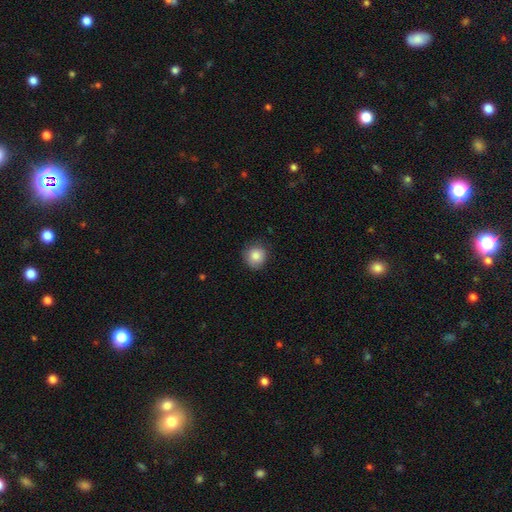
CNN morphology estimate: This appears to be a smooth galaxy with no disk features (85%) that is round (89%). Merging: none (81%).